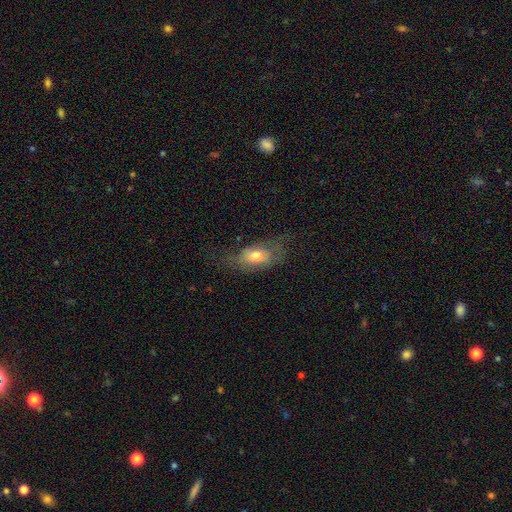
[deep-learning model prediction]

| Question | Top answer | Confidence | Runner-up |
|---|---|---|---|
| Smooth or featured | smooth | 60% | featured or disk (31%) |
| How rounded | in between | 83% | round (9%) |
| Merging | none | 47% | minor disturbance (26%) |